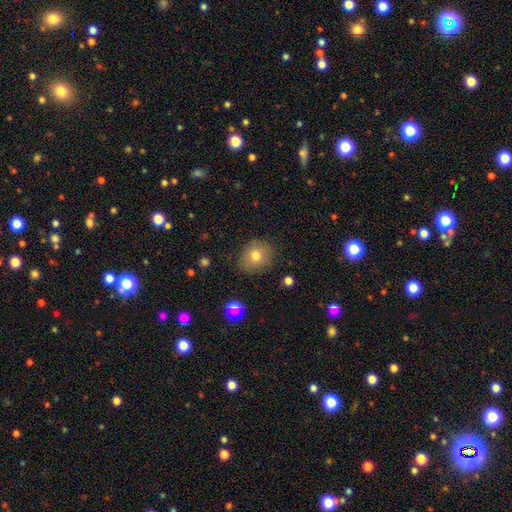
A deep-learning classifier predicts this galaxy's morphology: This is likely a smooth galaxy (75%). How rounded: likely round (66%). Merging: clearly none (82%).